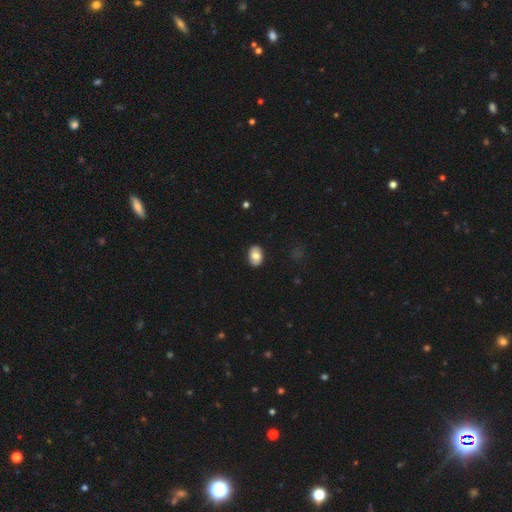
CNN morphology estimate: Smooth or featured? Predicted: smooth (p=0.73). How rounded? Predicted: in between (p=0.81). Merging? Predicted: none (p=0.87).